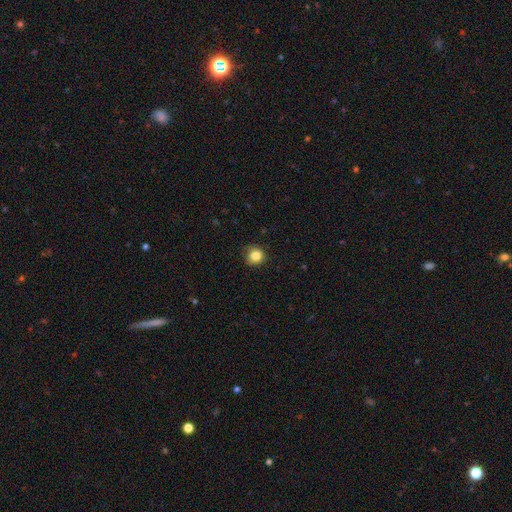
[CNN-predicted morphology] A smooth galaxy with no disk features (84%) that is round (89%).

Vote fractions:
- Smooth or featured? smooth: 84% / star or artifact: 11% / featured or disk: 5%
- How rounded? round: 89% / in between: 10% / cigar-shaped: 1%
- Merging? none: 78% / minor disturbance: 17% / major disturbance: 4% / merger: 1%